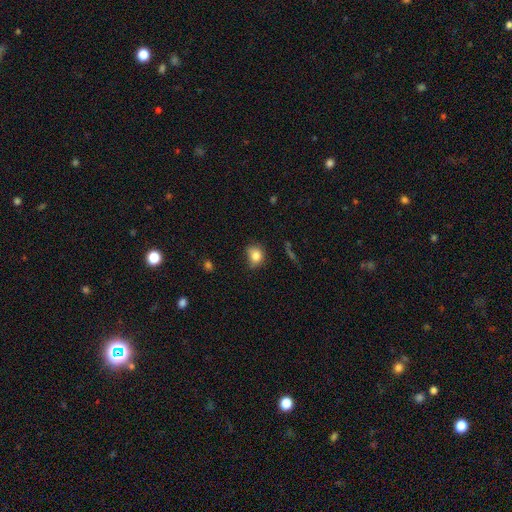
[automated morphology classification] This appears to be a smooth galaxy with no disk features (81%) that is round (65%). Merging: none (58%).